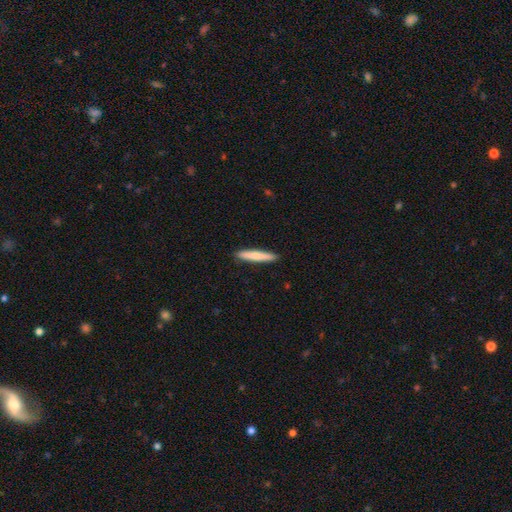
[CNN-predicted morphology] smooth-or-featured: smooth: 72% | featured or disk: 22% | star or artifact: 5%
  how-rounded: cigar-shaped: 92% | in between: 6% | round: 1%
  merging: none: 91% | minor disturbance: 7% | major disturbance: 1% | merger: 1%